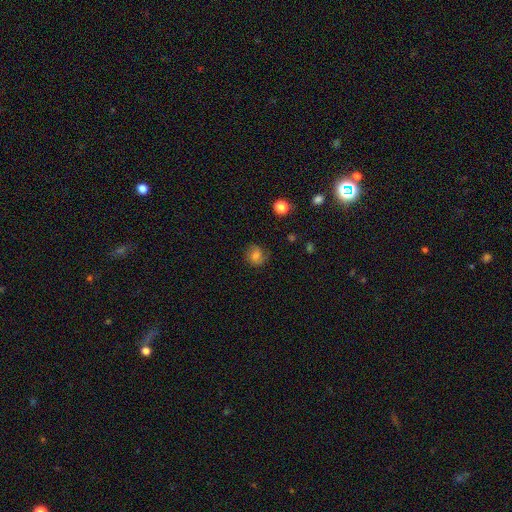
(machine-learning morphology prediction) Smooth or featured? smooth (68%)
How rounded? round (77%)
Merging? none (74%)